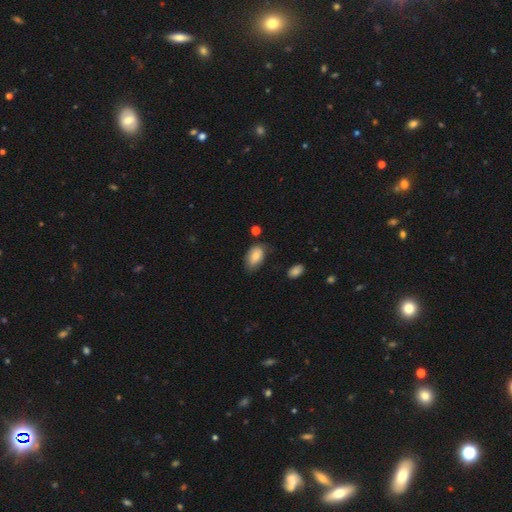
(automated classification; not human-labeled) Smooth or featured? smooth (74%)
How rounded? in between (91%)
Merging? none (60%)